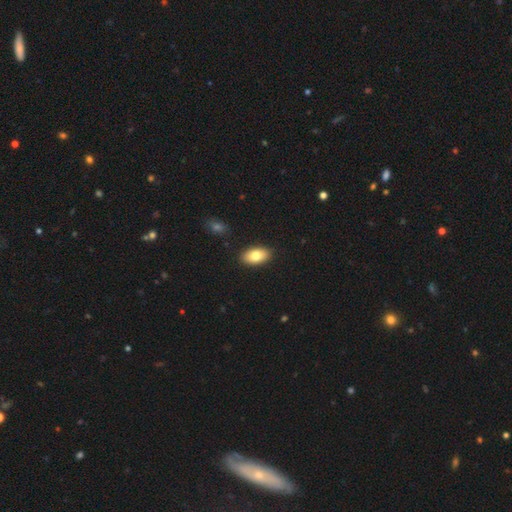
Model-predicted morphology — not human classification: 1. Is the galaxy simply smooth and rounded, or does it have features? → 79% smooth, 15% featured or disk, 7% star or artifact.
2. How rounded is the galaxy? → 93% in between, 4% round, 3% cigar-shaped.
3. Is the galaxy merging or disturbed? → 89% none, 7% minor disturbance, 2% major disturbance, 1% merger.